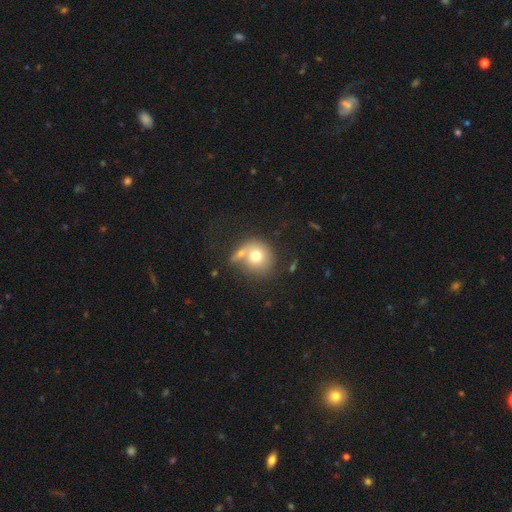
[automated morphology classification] The model was most divided on "merging": none: 47%, merger: 31%, minor disturbance: 14%, major disturbance: 8%. More confident: how rounded — round (86%); smooth or featured — smooth (72%).